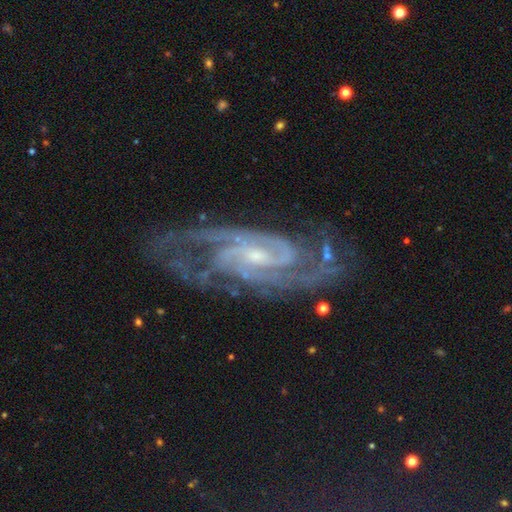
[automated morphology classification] This is clearly a featured or disk galaxy (91%). It is clearly not viewed edge-on (96%). Bar: possibly weak (47%). Spiral arm pattern: clearly yes (99%). Spiral arm count: possibly 2 (54%). Spiral winding: possibly tight (51%). Central bulge: likely small (68%). Merging: likely none (74%).